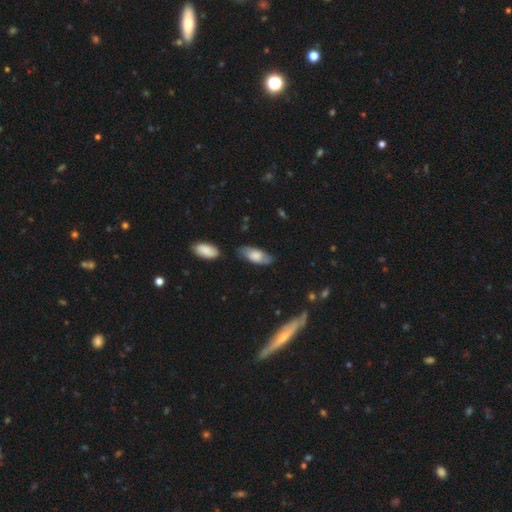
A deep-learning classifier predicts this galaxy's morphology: Smooth or featured? Predicted: smooth (p=0.64). How rounded? Predicted: in between (p=0.84). Merging? Predicted: none (p=0.69).